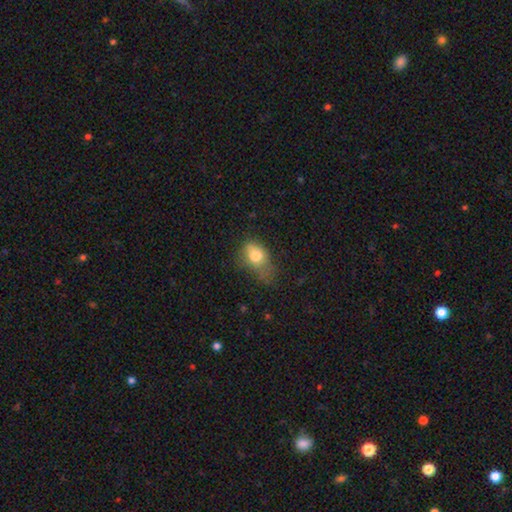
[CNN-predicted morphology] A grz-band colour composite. It shows a smooth galaxy with no disk features (77%) that is in between round and cigar-shaped (76%). Merging: minor disturbance (39%).